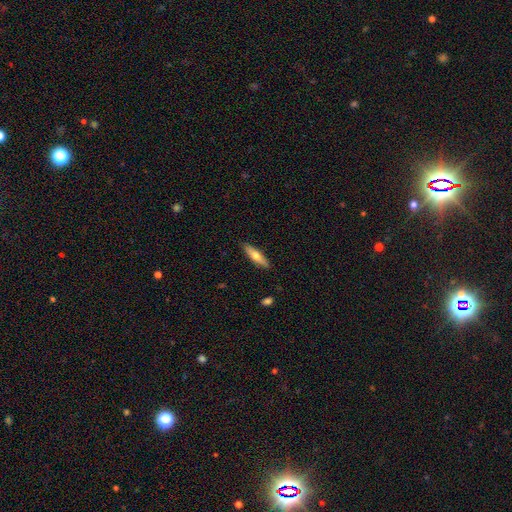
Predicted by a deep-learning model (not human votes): Smooth or featured? smooth (57%)
How rounded? cigar-shaped (72%)
Merging? none (89%)